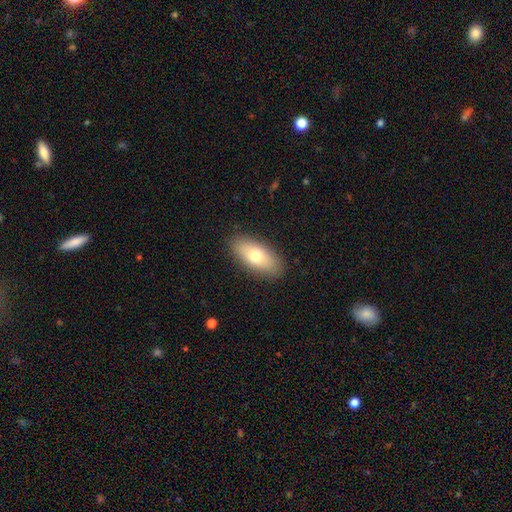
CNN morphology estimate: A smooth galaxy with no disk features (72%) that is in between round and cigar-shaped (87%).

Vote fractions:
- Smooth or featured? smooth: 72% / featured or disk: 21% / star or artifact: 7%
- How rounded? in between: 87% / cigar-shaped: 10% / round: 4%
- Merging? none: 87% / minor disturbance: 9% / major disturbance: 2% / merger: 1%